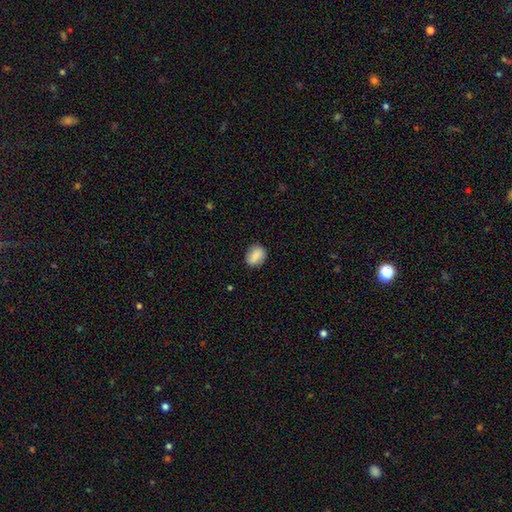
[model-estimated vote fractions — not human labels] A smooth galaxy with no disk features (82%) that is round (52%). Merging: none (83%).